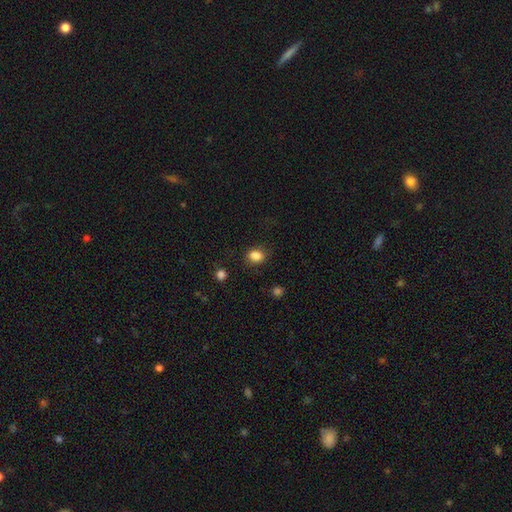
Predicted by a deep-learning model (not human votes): smooth 85%, star or artifact 11%, featured or disk 4%. Down the decision tree: how rounded — in between (54%); merging — none (78%).